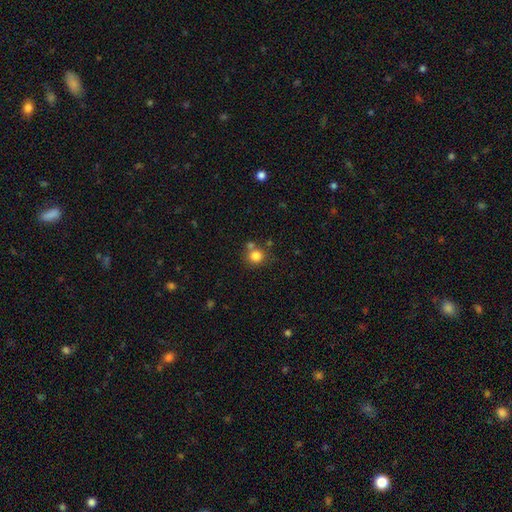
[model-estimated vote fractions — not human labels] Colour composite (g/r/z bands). It shows a smooth galaxy with no disk features (81%) that is round (89%). Merging: none (65%).